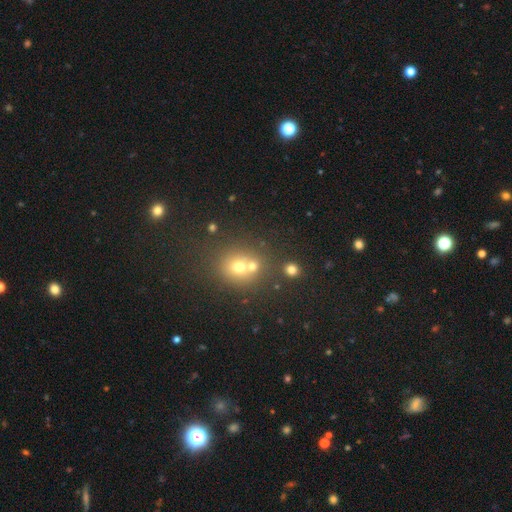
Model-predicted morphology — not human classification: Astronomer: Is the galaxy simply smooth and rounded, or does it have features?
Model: smooth — 52% (runner-up: star or artifact, 36%).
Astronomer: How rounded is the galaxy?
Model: round — 73%.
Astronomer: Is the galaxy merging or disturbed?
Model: none — 58%.